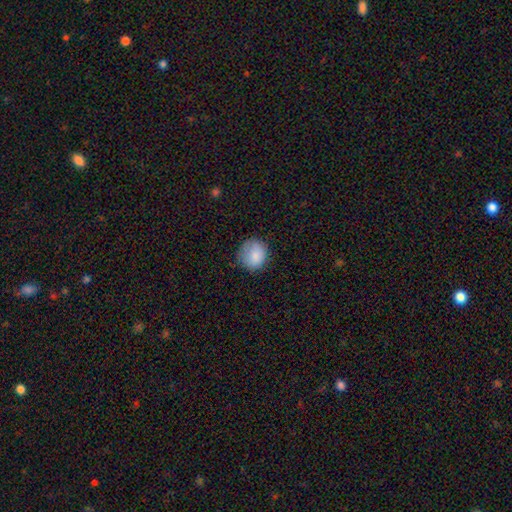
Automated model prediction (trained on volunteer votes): A smooth galaxy with no disk features (85%) that is round (85%).

Vote fractions:
- Smooth or featured? smooth: 85% / star or artifact: 8% / featured or disk: 7%
- How rounded? round: 85% / in between: 14% / cigar-shaped: 1%
- Merging? none: 74% / minor disturbance: 20% / major disturbance: 5% / merger: 1%